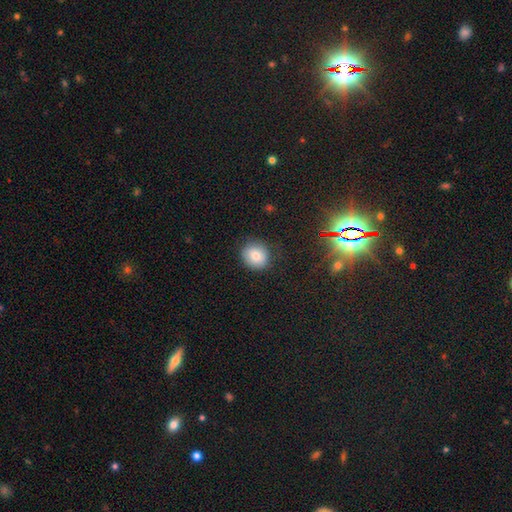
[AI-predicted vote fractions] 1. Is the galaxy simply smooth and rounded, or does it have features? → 81% smooth, 10% star or artifact, 9% featured or disk.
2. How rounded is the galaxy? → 74% round, 26% in between, 1% cigar-shaped.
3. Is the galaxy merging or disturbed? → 84% none, 11% minor disturbance, 3% major disturbance, 1% merger.